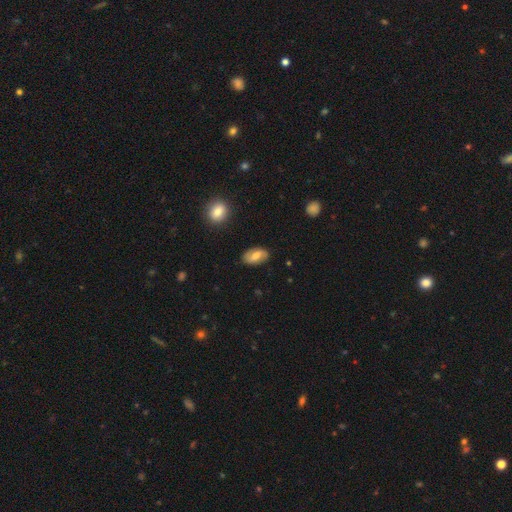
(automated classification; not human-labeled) Smooth or featured? smooth (59%)
How rounded? in between (92%)
Merging? none (83%)